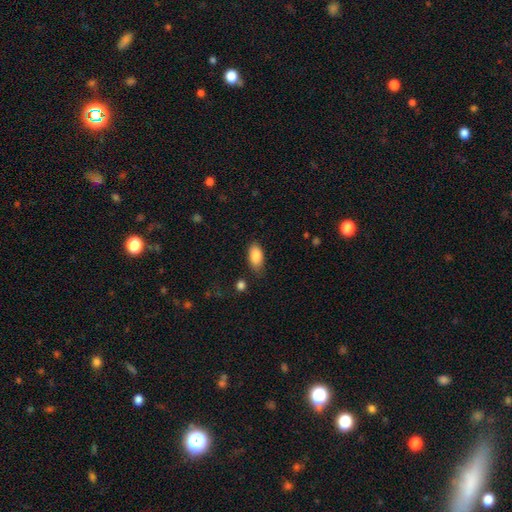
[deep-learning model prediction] smooth-or-featured: smooth: 87% | star or artifact: 7% | featured or disk: 6%
  how-rounded: in between: 90% | cigar-shaped: 7% | round: 3%
  merging: none: 77% | minor disturbance: 17% | major disturbance: 4% | merger: 2%